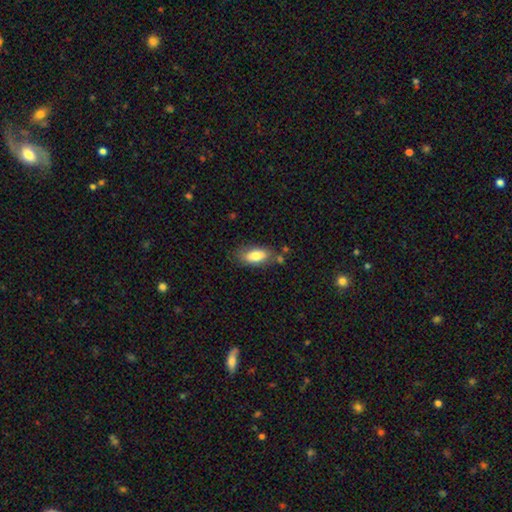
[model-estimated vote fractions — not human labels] Smooth or featured? Predicted: smooth (p=0.79). How rounded? Predicted: in between (p=0.88). Merging? Predicted: none (p=0.69).